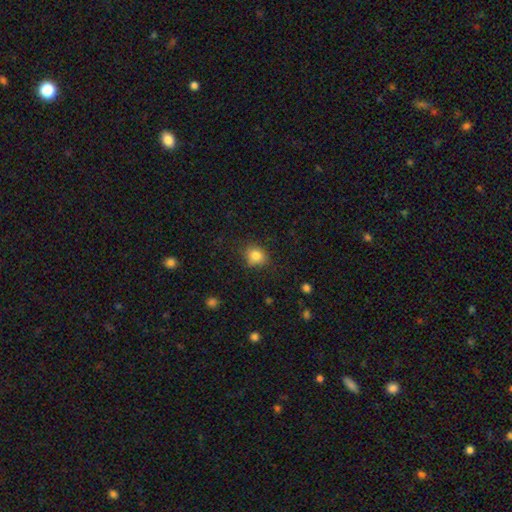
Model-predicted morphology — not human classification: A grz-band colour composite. It shows a smooth galaxy with no disk features (82%) that is round (72%). Merging: none (77%).